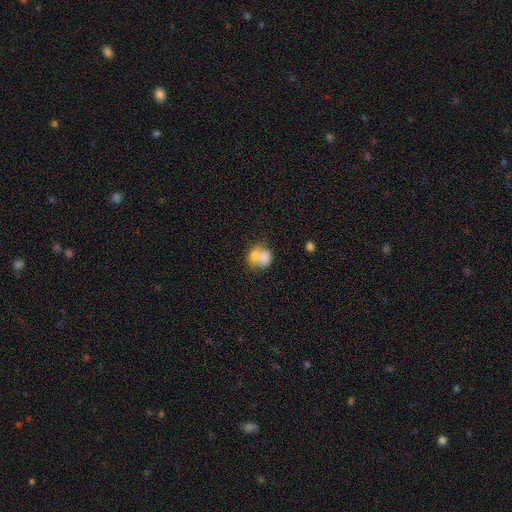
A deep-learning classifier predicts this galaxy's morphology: Smooth or featured? Predicted: smooth (p=0.72). How rounded? Predicted: round (p=0.62). Merging? Predicted: merger (p=0.64).